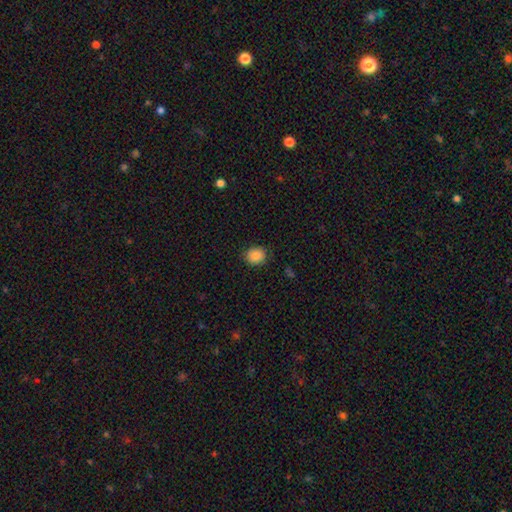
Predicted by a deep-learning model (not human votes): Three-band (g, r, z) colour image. It shows a smooth galaxy with no disk features (88%) that is round (72%). Merging: none (84%).